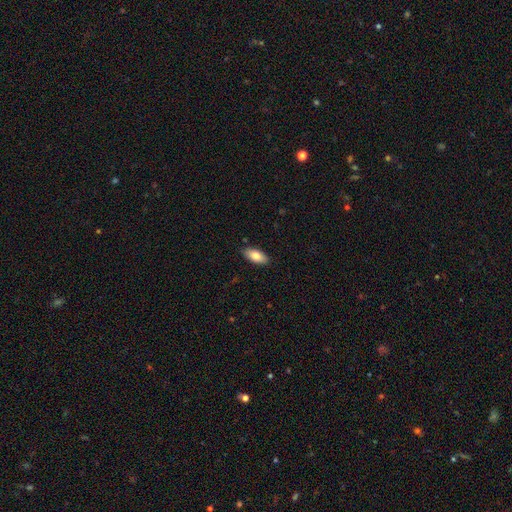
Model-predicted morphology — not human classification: A smooth galaxy with no disk features (81%) that is in between round and cigar-shaped (89%). Merging: none (88%).